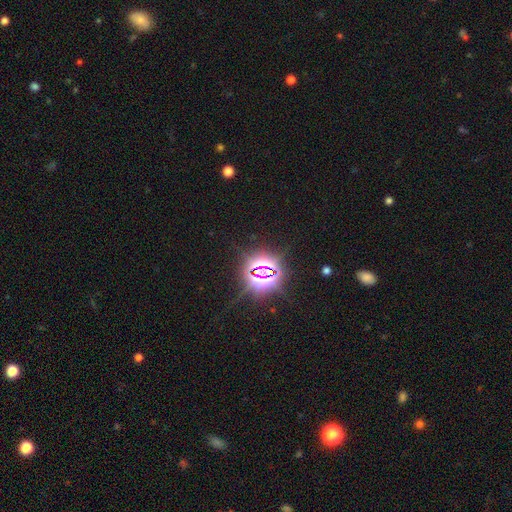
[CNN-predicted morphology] smooth_or_featured: star or artifact (p=0.83) [alt: smooth p=0.12]